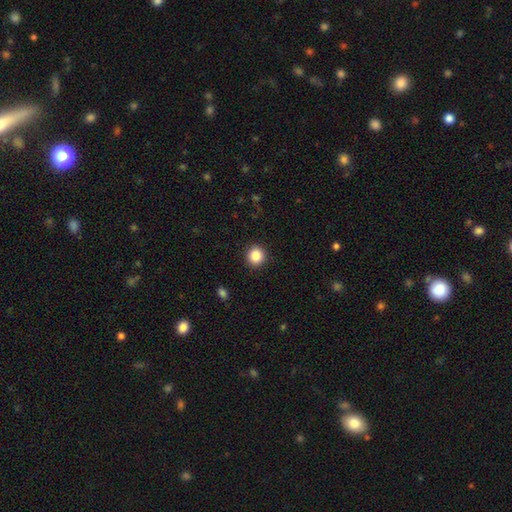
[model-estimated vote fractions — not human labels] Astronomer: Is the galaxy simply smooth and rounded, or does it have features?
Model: smooth — 86%.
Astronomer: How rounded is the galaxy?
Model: round — 91%.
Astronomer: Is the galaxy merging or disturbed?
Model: none — 92%.